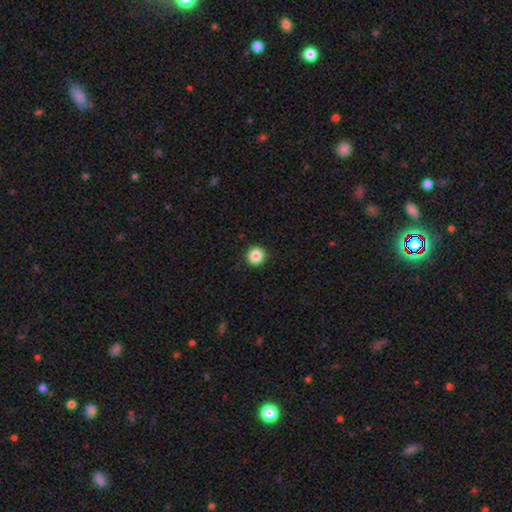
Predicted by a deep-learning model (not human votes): Morphology: type=smooth (87%); roundness=round (96%); merging=none (93%).